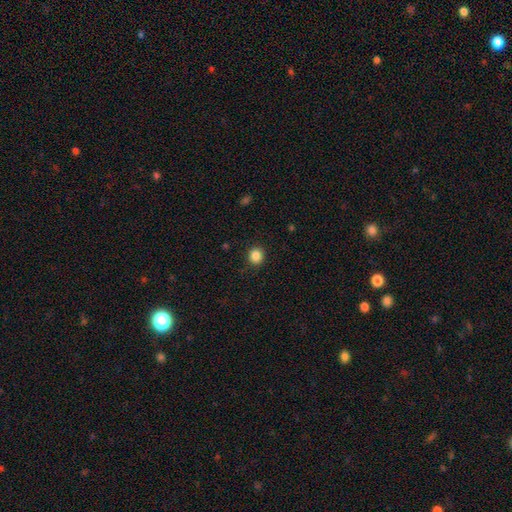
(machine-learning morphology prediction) The model was most divided on "how rounded": round: 86%, in between: 14%, cigar-shaped: 1%. More confident: merging — none (90%); smooth or featured — smooth (86%).